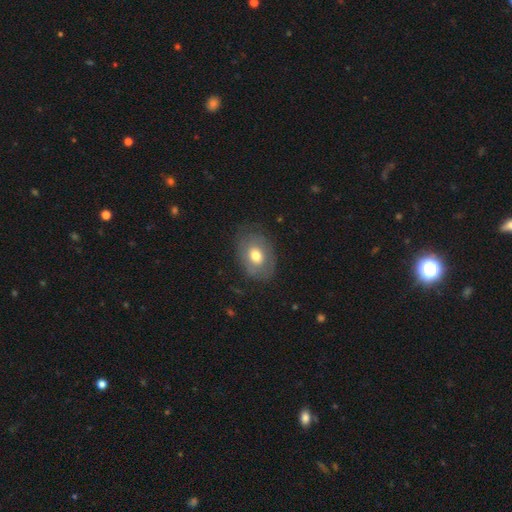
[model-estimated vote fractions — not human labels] Overall: smooth (57%; featured or disk 35%). How rounded: in between (73%). Merging: none (73%).